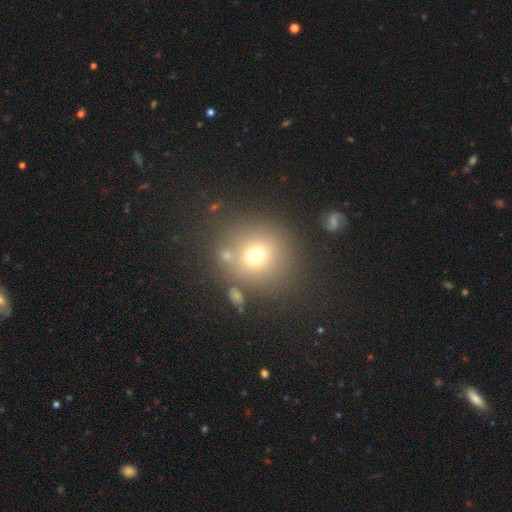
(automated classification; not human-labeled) Smooth or featured?
  - smooth: 69% *
  - star or artifact: 18%
  - featured or disk: 13%
How rounded?
  - round: 88% *
  - in between: 11%
  - cigar-shaped: 1%
Merging?
  - none: 75% *
  - merger: 10%
  - minor disturbance: 10%
  - major disturbance: 5%